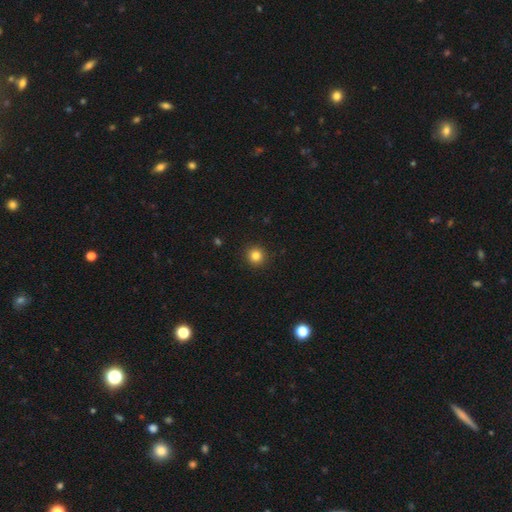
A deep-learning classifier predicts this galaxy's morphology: type=smooth (83%); roundness=round (93%); merging=none (92%).